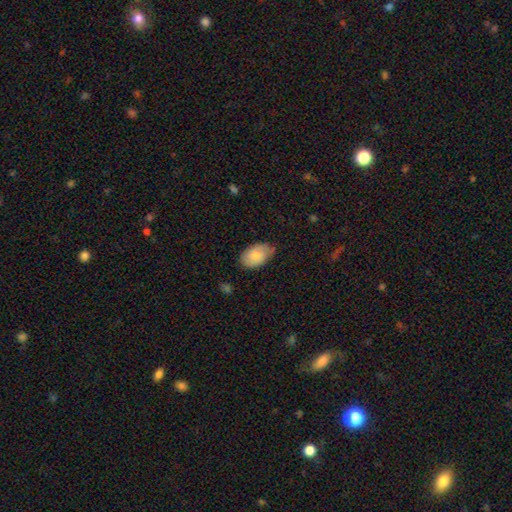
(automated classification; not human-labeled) Overall: smooth (78%). How rounded: in between (92%). Merging: none (71%).